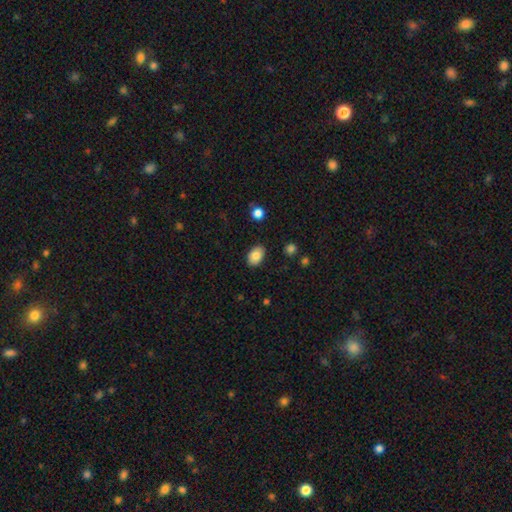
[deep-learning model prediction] The model was most divided on "how rounded": in between: 85%, round: 14%, cigar-shaped: 1%. More confident: merging — none (87%); smooth or featured — smooth (83%).